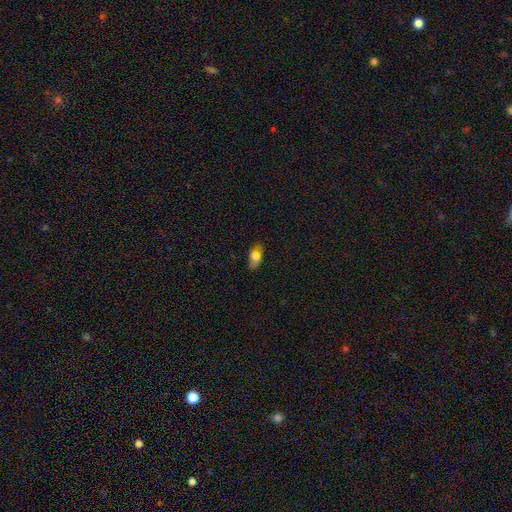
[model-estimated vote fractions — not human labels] The model was most divided on "smooth or featured": smooth: 73%, featured or disk: 18%, star or artifact: 9%. More confident: how rounded — in between (88%); merging — none (77%).